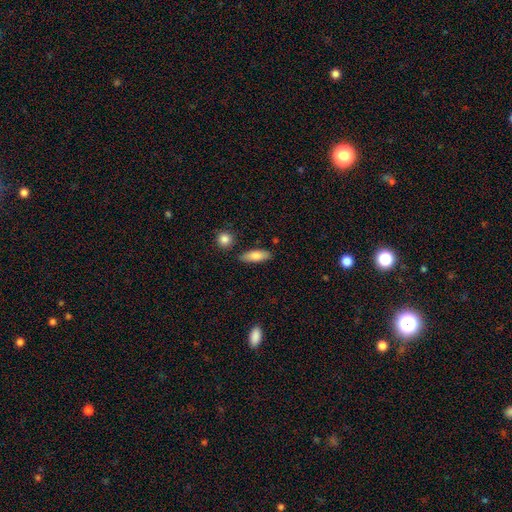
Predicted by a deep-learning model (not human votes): smooth 82%, featured or disk 11%, star or artifact 6%. Down the decision tree: how rounded — in between (65%); merging — none (83%).